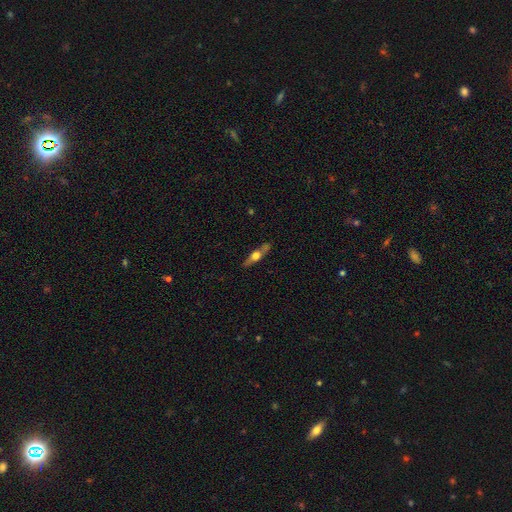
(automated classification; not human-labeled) smooth_or_featured: featured or disk (p=0.62) [alt: smooth p=0.33]
disk_edge_on: yes (p=0.92) [alt: no p=0.08]
edge_on_bulge: rounded (p=0.94) [alt: boxy p=0.04]
merging: none (p=0.85) [alt: minor disturbance p=0.11]